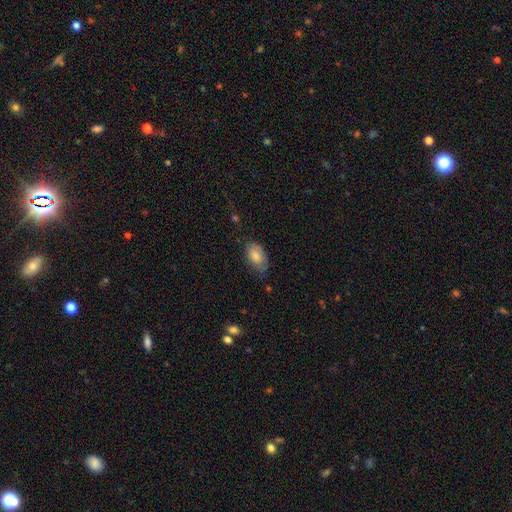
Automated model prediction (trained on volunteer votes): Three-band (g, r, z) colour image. It shows a smooth galaxy with no disk features (75%) that is in between round and cigar-shaped (92%). Merging: none (57%).